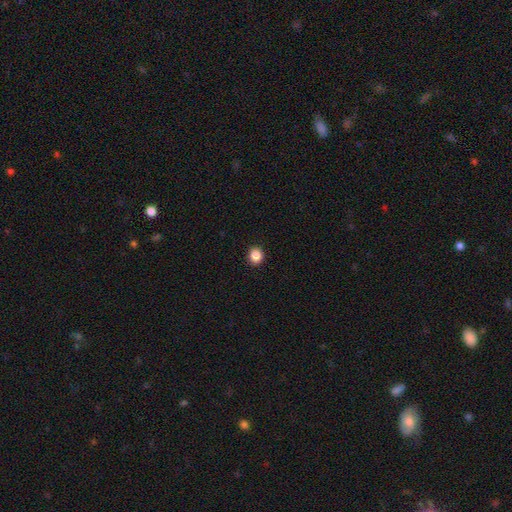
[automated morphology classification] Q: Smooth or featured?
A: smooth (88%); runner-up: star or artifact (10%)
Q: How rounded?
A: round (79%); runner-up: in between (21%)
Q: Merging?
A: none (92%); runner-up: minor disturbance (5%)